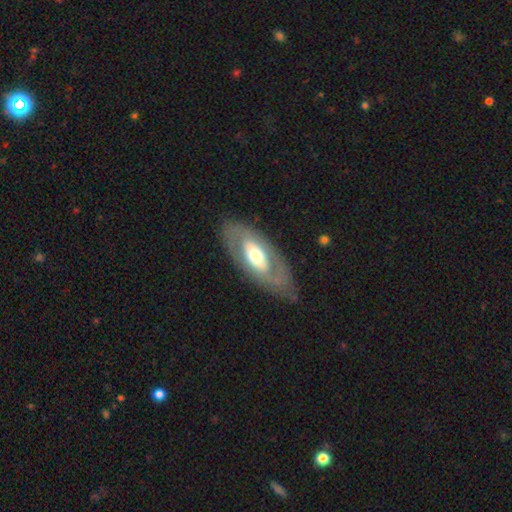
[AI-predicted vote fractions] Q: Smooth or featured?
A: featured or disk (61%); runner-up: smooth (34%)
Q: Edge-on disk?
A: no (86%); runner-up: yes (14%)
Q: Bar?
A: no (76%); runner-up: weak (16%)
Q: Spiral arms?
A: no (76%); runner-up: yes (24%)
Q: Bulge size?
A: moderate (62%); runner-up: large (26%)
Q: Merging?
A: none (78%); runner-up: minor disturbance (14%)